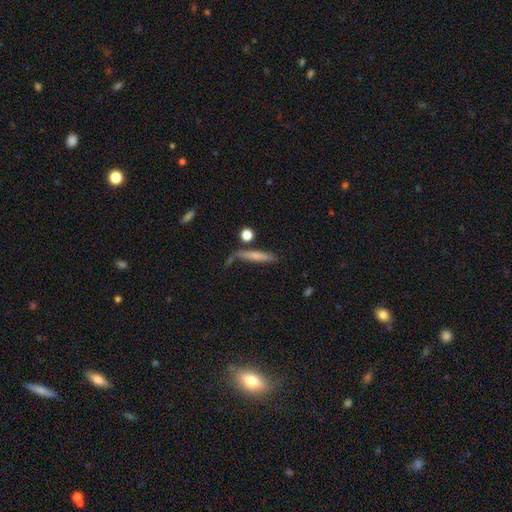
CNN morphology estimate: This is likely a smooth galaxy (62%). How rounded: clearly cigar-shaped (87%). Merging: likely none (66%).